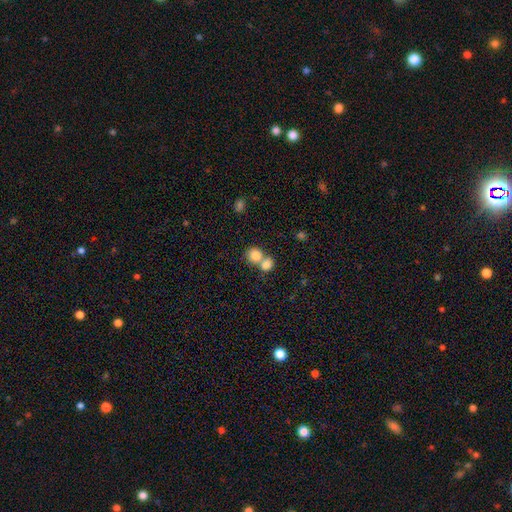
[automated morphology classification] This is clearly a smooth galaxy (82%). How rounded: likely round (78%). Merging: possibly merger (60%).